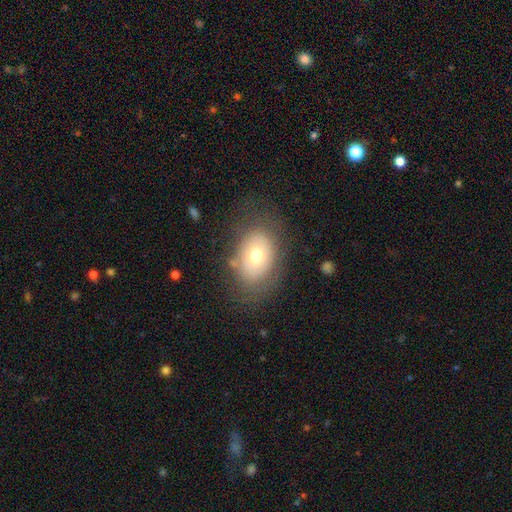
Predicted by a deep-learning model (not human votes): Smooth or featured? smooth (60%)
How rounded? in between (72%)
Merging? none (70%)